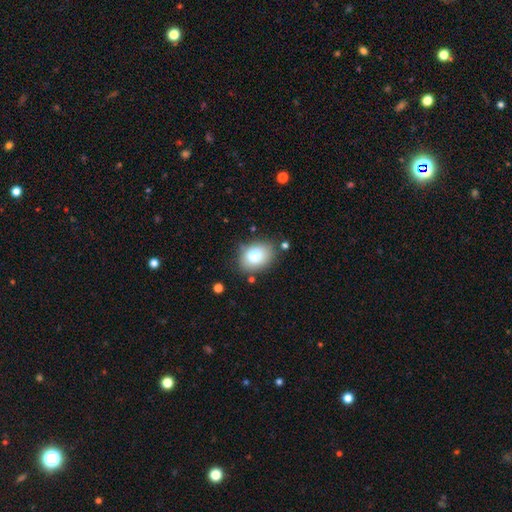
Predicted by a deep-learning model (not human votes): smooth-or-featured: smooth: 77% | featured or disk: 13% | star or artifact: 9%
  how-rounded: in between: 66% | round: 33% | cigar-shaped: 1%
  merging: none: 78% | minor disturbance: 15% | major disturbance: 4% | merger: 4%